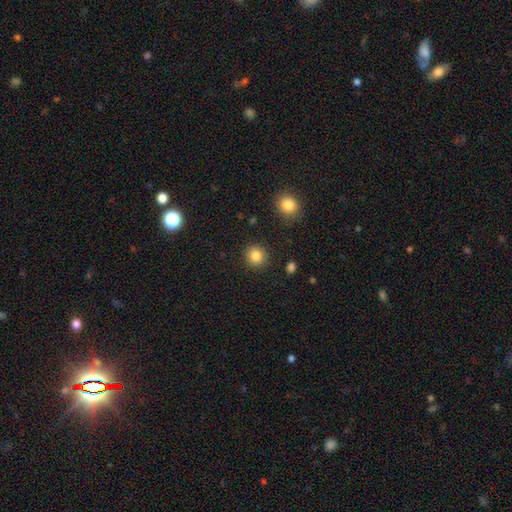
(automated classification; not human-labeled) Smooth or featured? smooth (84%)
How rounded? round (91%)
Merging? none (90%)